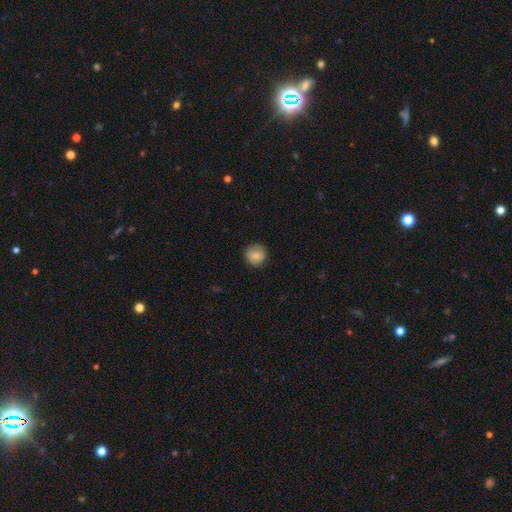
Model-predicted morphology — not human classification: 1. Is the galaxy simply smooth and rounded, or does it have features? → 82% smooth, 10% featured or disk, 8% star or artifact.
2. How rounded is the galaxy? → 93% round, 6% in between, 1% cigar-shaped.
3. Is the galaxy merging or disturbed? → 86% none, 11% minor disturbance, 2% major disturbance, 1% merger.